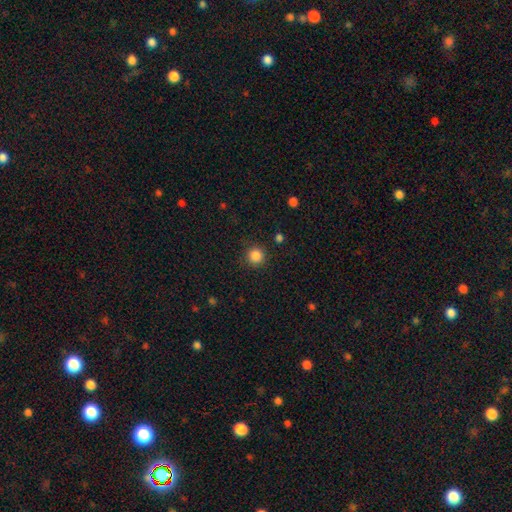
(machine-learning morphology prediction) Smooth or featured?
  - smooth: 85% *
  - star or artifact: 11%
  - featured or disk: 4%
How rounded?
  - round: 94% *
  - in between: 5%
  - cigar-shaped: 1%
Merging?
  - none: 90% *
  - minor disturbance: 6%
  - major disturbance: 3%
  - merger: 1%